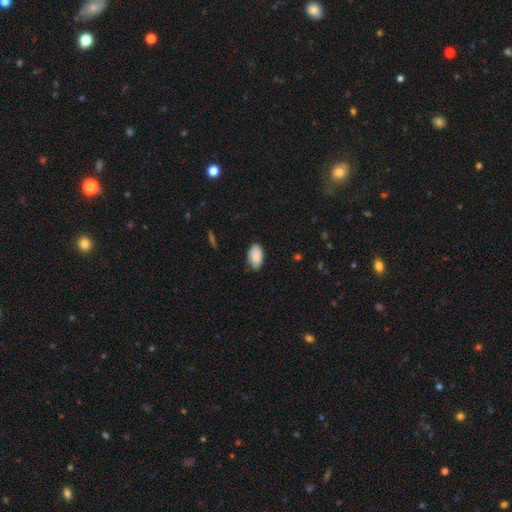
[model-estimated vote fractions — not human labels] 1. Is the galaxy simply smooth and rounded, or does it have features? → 87% smooth, 7% featured or disk, 7% star or artifact.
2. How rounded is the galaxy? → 94% in between, 4% round, 1% cigar-shaped.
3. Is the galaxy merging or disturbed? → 74% none, 22% minor disturbance, 3% major disturbance, 1% merger.